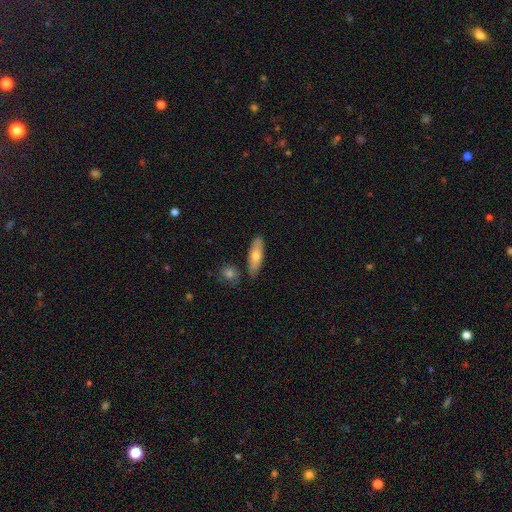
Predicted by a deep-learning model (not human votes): smooth-or-featured: smooth: 70% | featured or disk: 24% | star or artifact: 6%
  how-rounded: in between: 51% | cigar-shaped: 46% | round: 3%
  merging: none: 83% | minor disturbance: 11% | merger: 5% | major disturbance: 2%